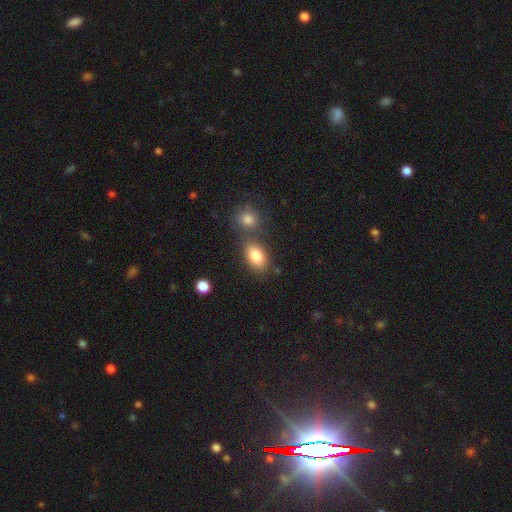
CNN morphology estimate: Smooth or featured? Predicted: smooth (p=0.84). How rounded? Predicted: in between (p=0.86). Merging? Predicted: none (p=0.60).